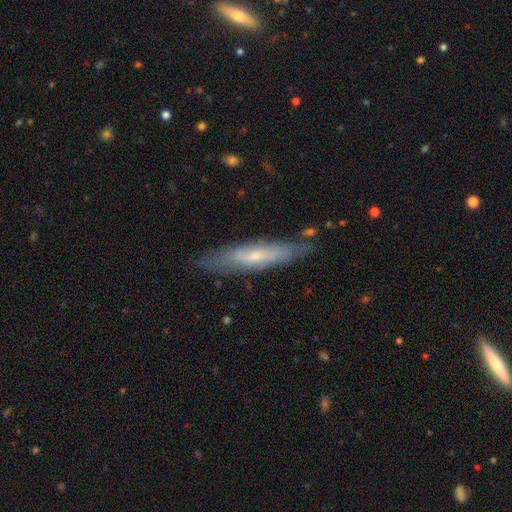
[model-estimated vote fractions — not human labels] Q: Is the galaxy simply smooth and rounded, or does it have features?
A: featured or disk — 53%.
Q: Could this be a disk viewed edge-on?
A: yes — 68%.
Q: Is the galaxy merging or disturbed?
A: none — 78%.